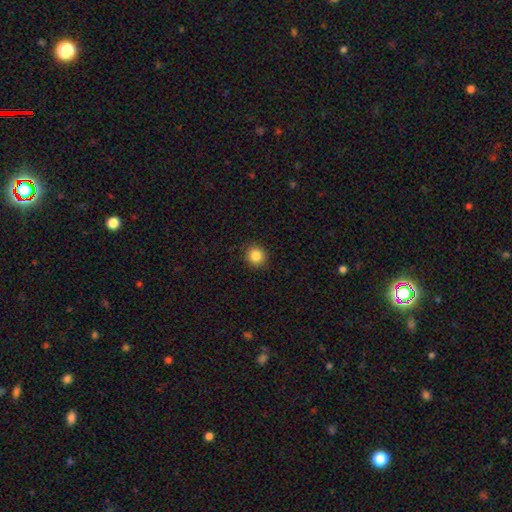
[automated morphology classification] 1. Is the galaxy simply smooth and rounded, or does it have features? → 85% smooth, 10% star or artifact, 4% featured or disk.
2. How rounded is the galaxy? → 91% round, 8% in between, 1% cigar-shaped.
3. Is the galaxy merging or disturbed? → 91% none, 7% minor disturbance, 2% major disturbance, 1% merger.